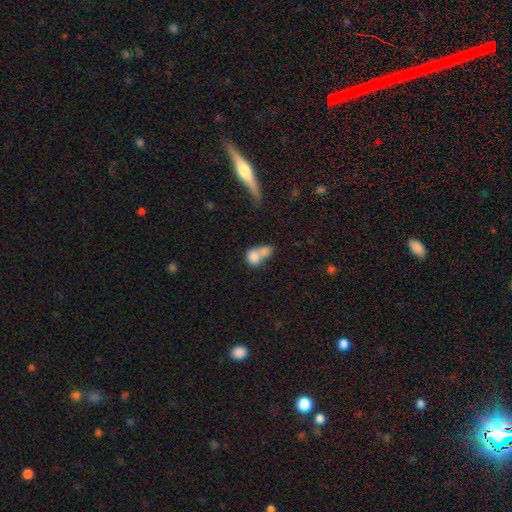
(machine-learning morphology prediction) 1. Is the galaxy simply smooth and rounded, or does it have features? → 78% smooth, 14% featured or disk, 9% star or artifact.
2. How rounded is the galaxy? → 56% in between, 41% round, 3% cigar-shaped.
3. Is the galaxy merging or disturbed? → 72% merger, 16% none, 6% minor disturbance, 5% major disturbance.